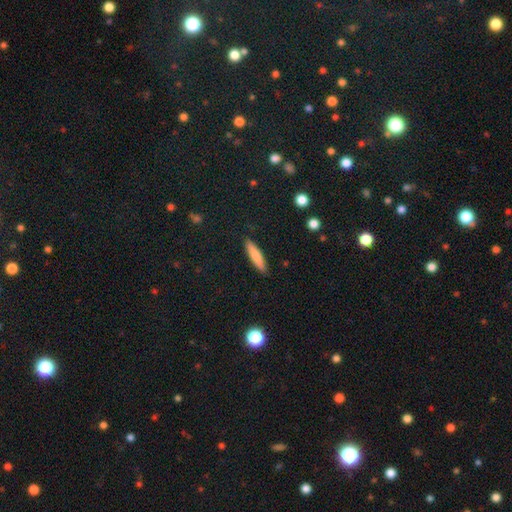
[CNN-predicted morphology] Q: Smooth or featured?
A: smooth (80%); runner-up: featured or disk (14%)
Q: How rounded?
A: cigar-shaped (83%); runner-up: in between (15%)
Q: Merging?
A: none (89%); runner-up: minor disturbance (8%)